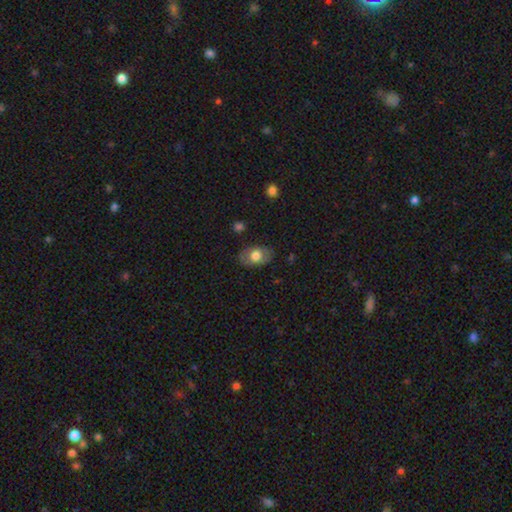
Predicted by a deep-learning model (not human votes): smooth_or_featured: smooth (p=0.68) [alt: featured or disk p=0.25]
how_rounded: in between (p=0.85) [alt: round p=0.13]
merging: none (p=0.81) [alt: minor disturbance p=0.14]